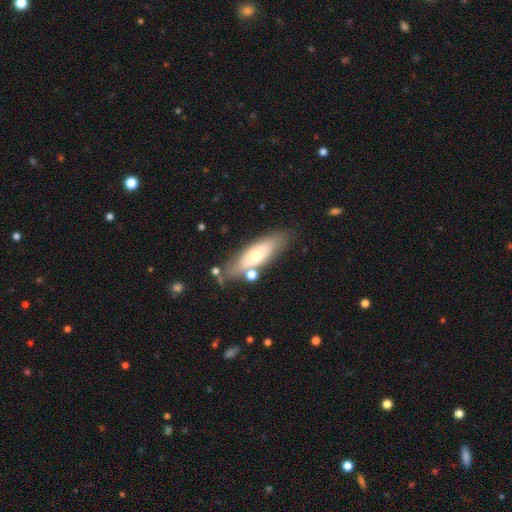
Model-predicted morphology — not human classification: Overall: smooth (52%; featured or disk 42%). How rounded: in between (52%; cigar-shaped 46%). Merging: none (72%).